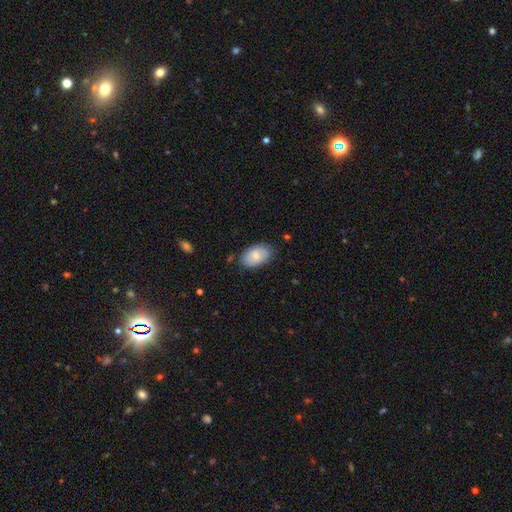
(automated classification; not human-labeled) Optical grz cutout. It shows a smooth galaxy with no disk features (77%) that is in between round and cigar-shaped (92%). Merging: none (76%).